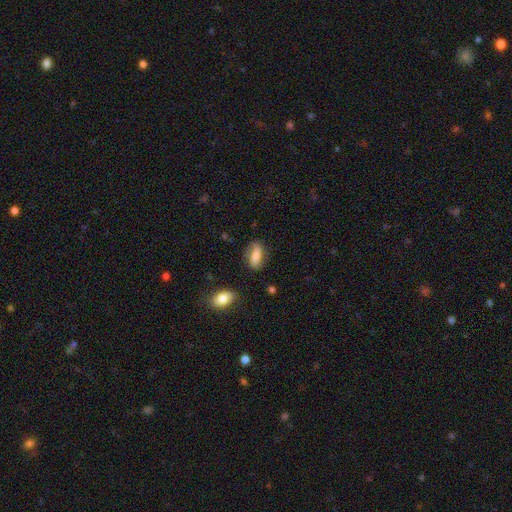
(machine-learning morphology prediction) type=smooth (73%); roundness=in between (75%); merging=none (76%).